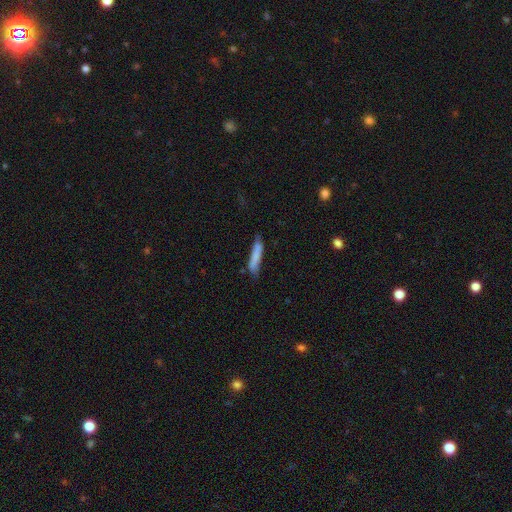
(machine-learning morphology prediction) type=smooth (78%); roundness=cigar-shaped (89%); merging=none (66%).